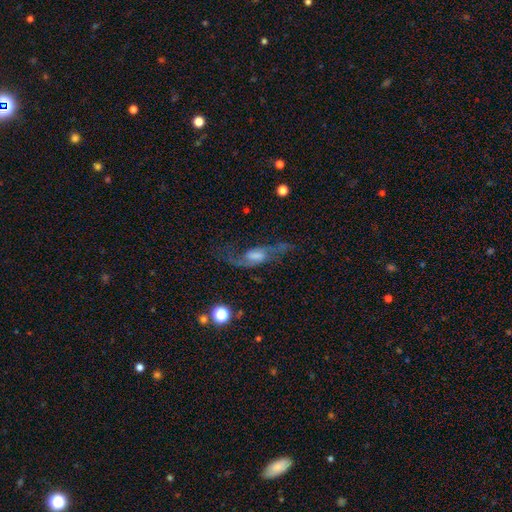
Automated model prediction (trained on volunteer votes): featured or disk 75%, smooth 15%, star or artifact 10%. Down the decision tree: edge-on disk — no (82%); bar — weak (46%); spiral arms — yes (89%); spiral arm count — 2 (85%); spiral winding — loose (61%); bulge size — moderate (36%); merging — none (59%).